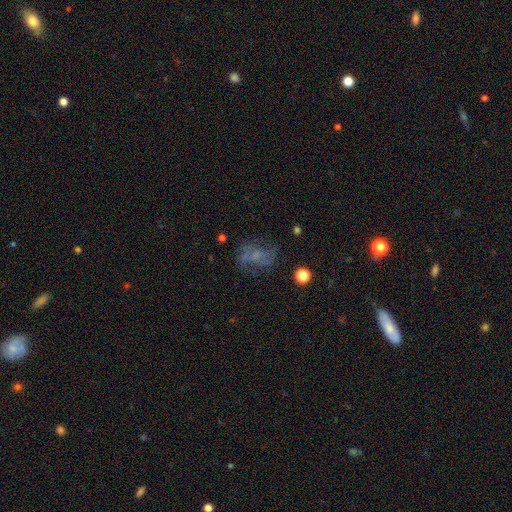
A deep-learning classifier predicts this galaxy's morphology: This appears to be a featured or disk galaxy (44%). Merging: none (52%).